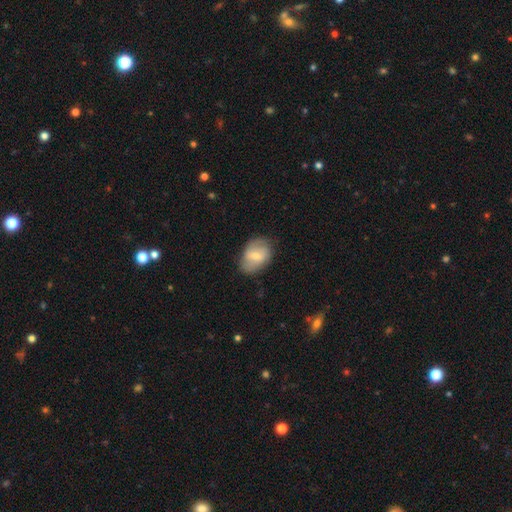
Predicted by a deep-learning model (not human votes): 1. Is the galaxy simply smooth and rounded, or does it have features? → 56% smooth, 38% featured or disk, 7% star or artifact.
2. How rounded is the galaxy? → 78% in between, 21% round, 1% cigar-shaped.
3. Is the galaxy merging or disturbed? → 72% none, 21% minor disturbance, 6% major disturbance, 1% merger.